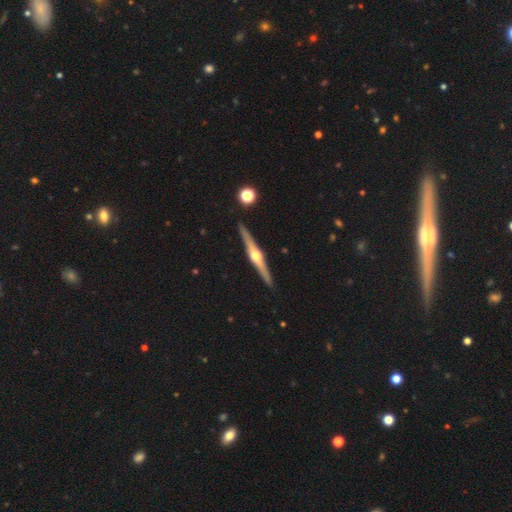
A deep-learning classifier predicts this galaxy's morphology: A featured or disk galaxy (83%) viewed edge-on (98%) with a rounded central bulge (95%). Merging: none (92%).